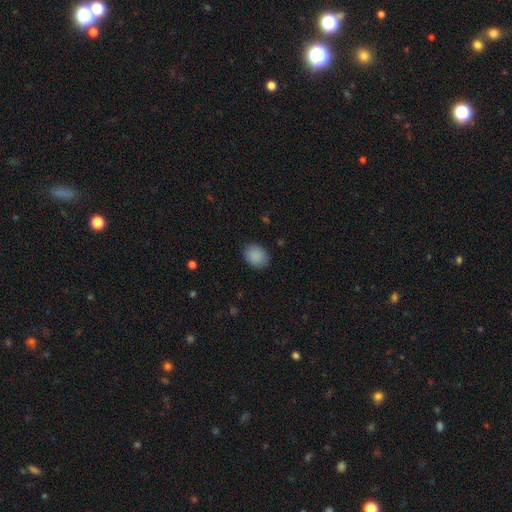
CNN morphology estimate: Smooth or featured? smooth (89%)
How rounded? round (54%)
Merging? none (86%)